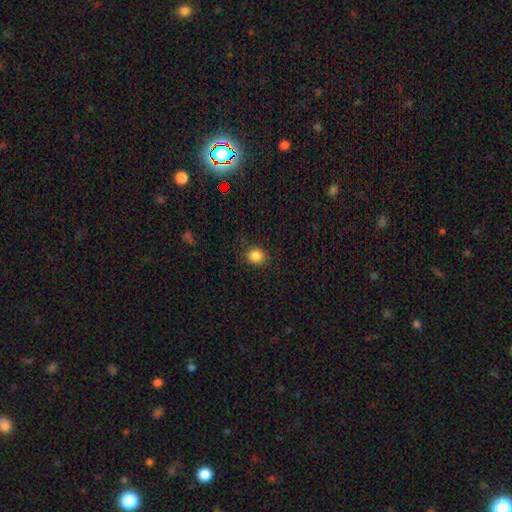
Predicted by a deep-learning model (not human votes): A smooth galaxy with no disk features (84%) that is round (82%). Merging: none (85%).